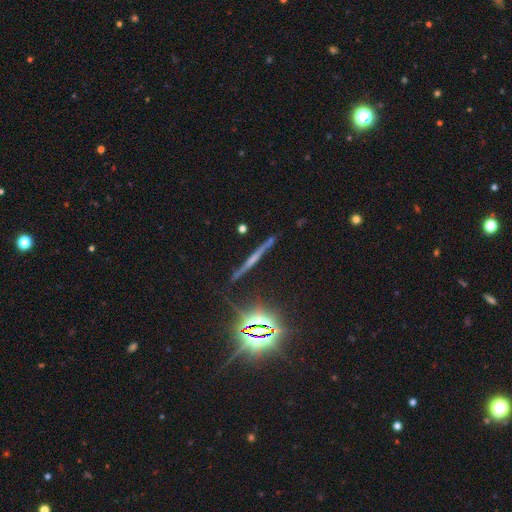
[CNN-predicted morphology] Smooth or featured?
  - featured or disk: 51% *
  - star or artifact: 30%
  - smooth: 20%
Edge-on disk?
  - yes: 95% *
  - no: 5%
Merging?
  - none: 86% *
  - minor disturbance: 9%
  - merger: 2%
  - major disturbance: 2%